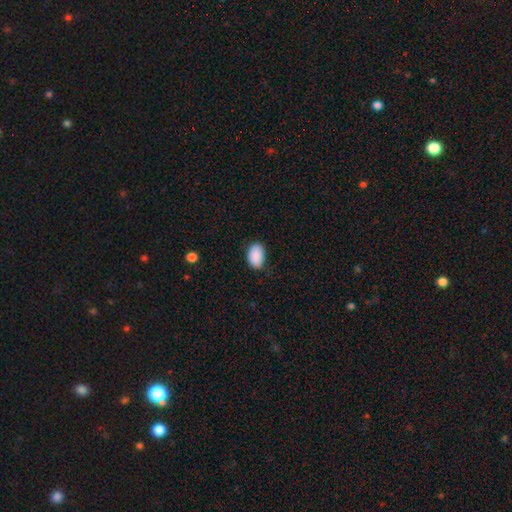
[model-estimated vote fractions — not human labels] This is clearly a smooth galaxy (90%). How rounded: clearly in between (90%). Merging: likely none (79%).